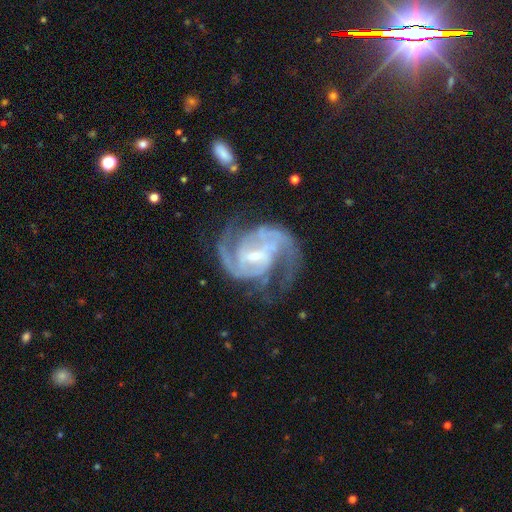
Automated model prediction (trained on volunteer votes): Morphology: type=featured or disk (92%); edge-on=no (98%); bar=weak (48%); spiral arms=yes (98%); winding=medium (55%); arm count=2 (71%); bulge=small (63%); merging=none (66%).